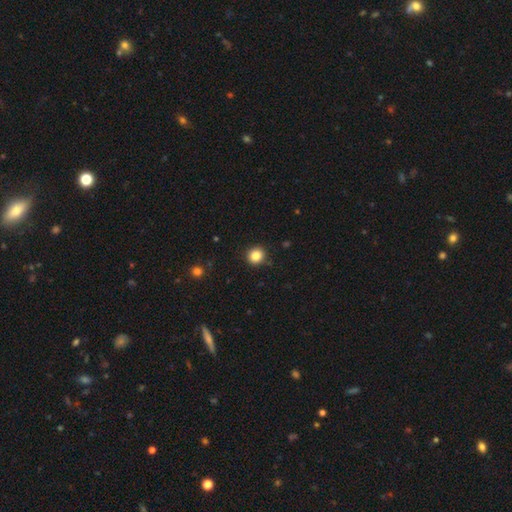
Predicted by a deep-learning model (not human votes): A smooth galaxy with no disk features (84%) that is round (90%). Merging: none (91%).